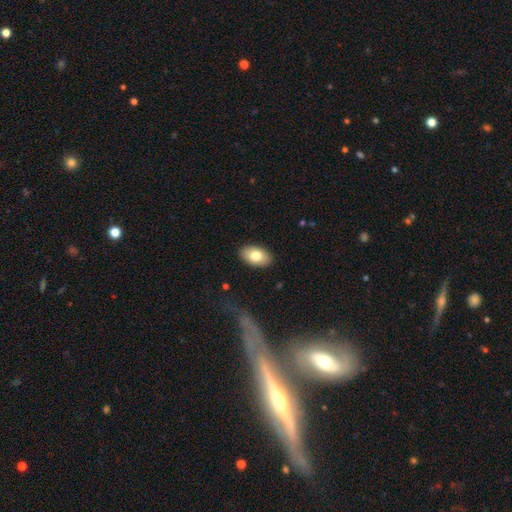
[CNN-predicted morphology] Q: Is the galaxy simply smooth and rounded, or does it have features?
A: smooth — 78%.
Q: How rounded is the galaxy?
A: in between — 92%.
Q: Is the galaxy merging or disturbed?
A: none — 88%.